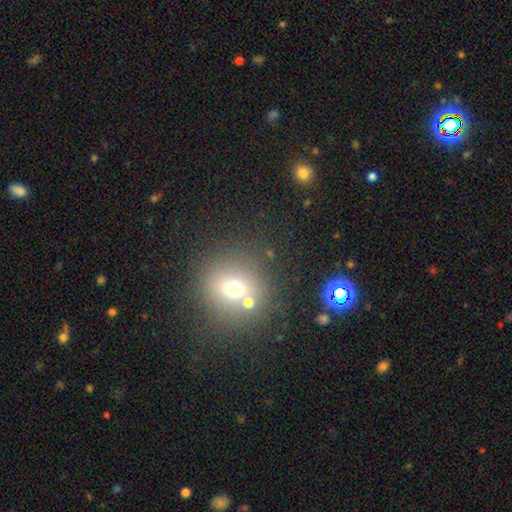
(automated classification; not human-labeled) Morphology: type=smooth (52%); roundness=round (84%); merging=none (65%).